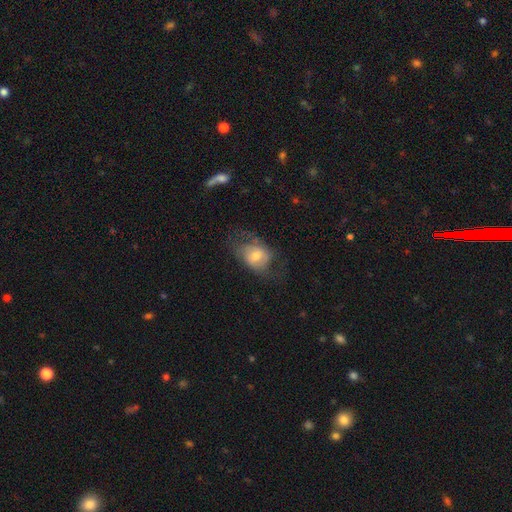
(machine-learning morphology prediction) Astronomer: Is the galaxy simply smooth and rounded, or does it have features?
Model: smooth — 52% (runner-up: featured or disk, 39%).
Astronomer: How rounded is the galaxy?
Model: in between — 66%.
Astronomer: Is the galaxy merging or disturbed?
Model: none — 43% (runner-up: major disturbance, 30%).